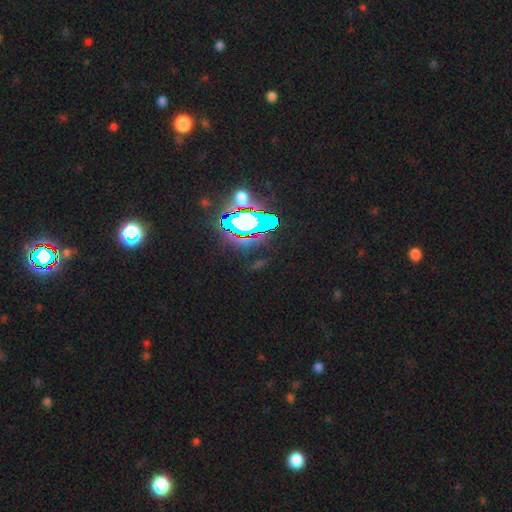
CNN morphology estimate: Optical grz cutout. It shows a star or artifact, not a galaxy (77%).